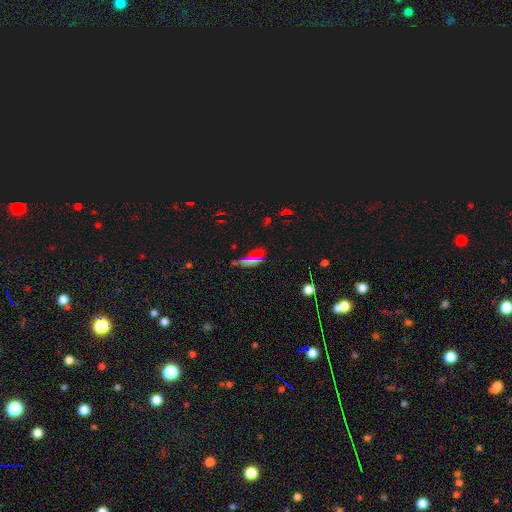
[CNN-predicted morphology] Smooth or featured? smooth (60%)
How rounded? cigar-shaped (58%)
Merging? none (42%)